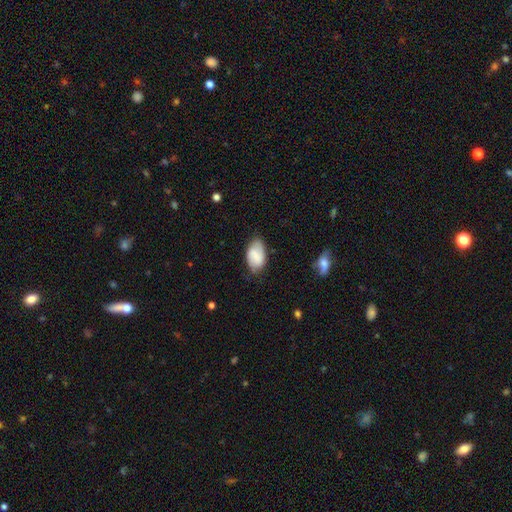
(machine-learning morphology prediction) smooth 77%, featured or disk 15%, star or artifact 7%. Down the decision tree: how rounded — in between (92%); merging — none (65%).